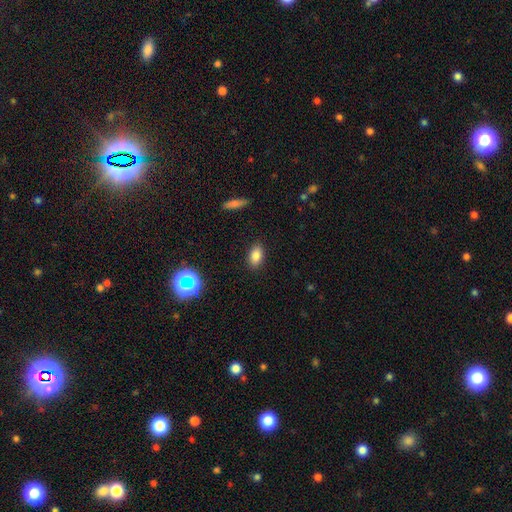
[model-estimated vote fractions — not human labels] Smooth or featured? smooth (82%)
How rounded? in between (87%)
Merging? none (88%)